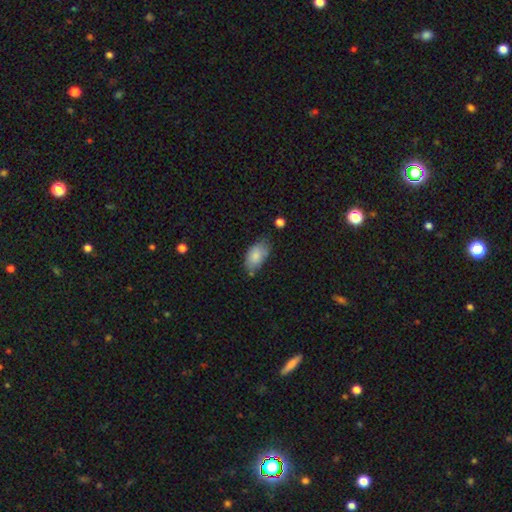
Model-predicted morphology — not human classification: Overall: smooth (84%). How rounded: in between (93%). Merging: none (60%; minor disturbance 29%).